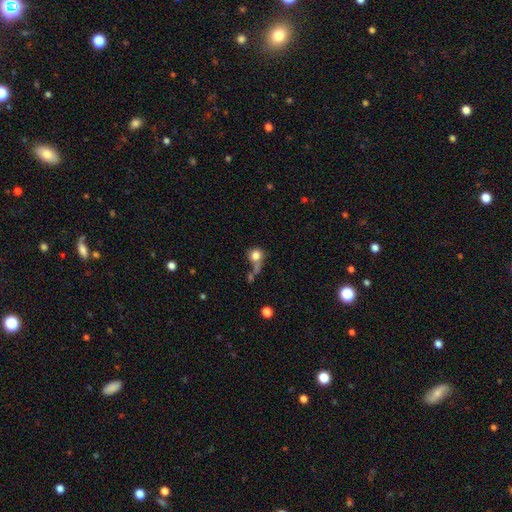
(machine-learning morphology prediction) Q: Smooth or featured?
A: smooth (79%); runner-up: featured or disk (11%)
Q: How rounded?
A: round (83%); runner-up: in between (16%)
Q: Merging?
A: none (40%); runner-up: merger (29%)